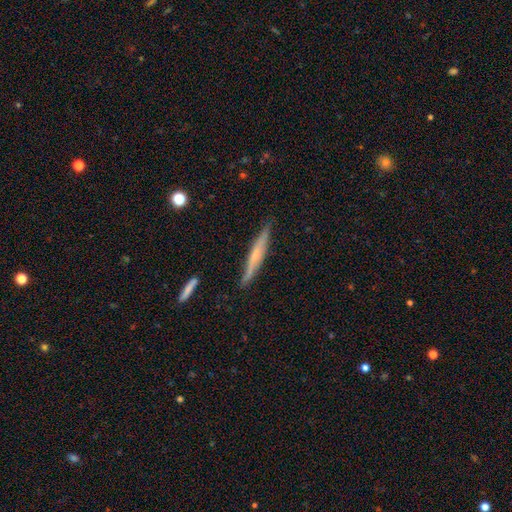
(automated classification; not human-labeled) A featured or disk galaxy (57%) viewed edge-on (95%) with a rounded central bulge (54%).

Vote fractions:
- Smooth or featured? featured or disk: 57% / smooth: 37% / star or artifact: 7%
- Edge-on disk? yes: 95% / no: 5%
- Edge-on bulge? rounded: 54% / none: 38% / boxy: 8%
- Merging? none: 87% / minor disturbance: 10% / major disturbance: 2% / merger: 2%